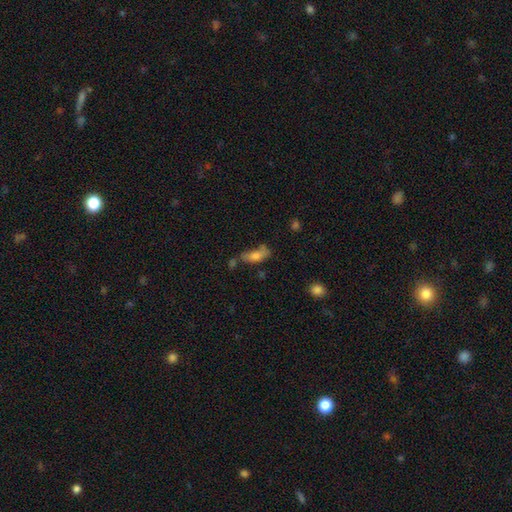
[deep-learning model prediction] Morphology: type=smooth (71%); roundness=in between (73%); merging=none (42%).